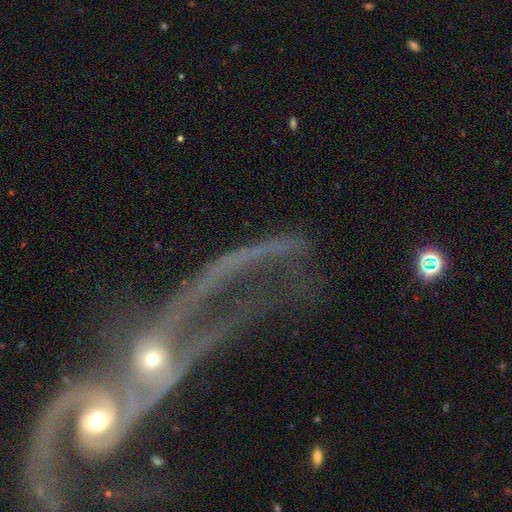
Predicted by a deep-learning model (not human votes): A featured or disk galaxy (65%) with no bar (66%), spiral arms (60%) and a small central bulge (45%). Merging: major disturbance (34%).